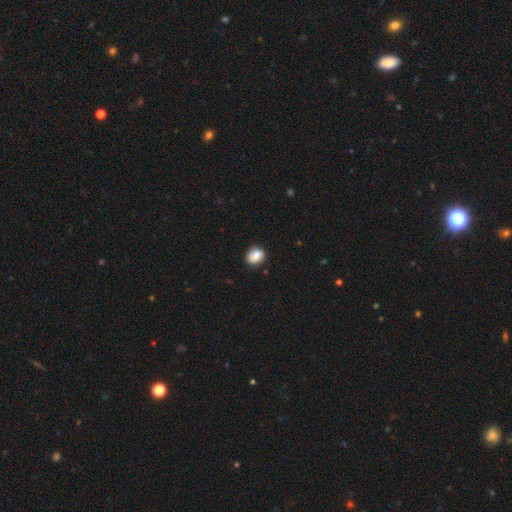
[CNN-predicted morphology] Smooth or featured? smooth (83%)
How rounded? in between (51%)
Merging? none (79%)